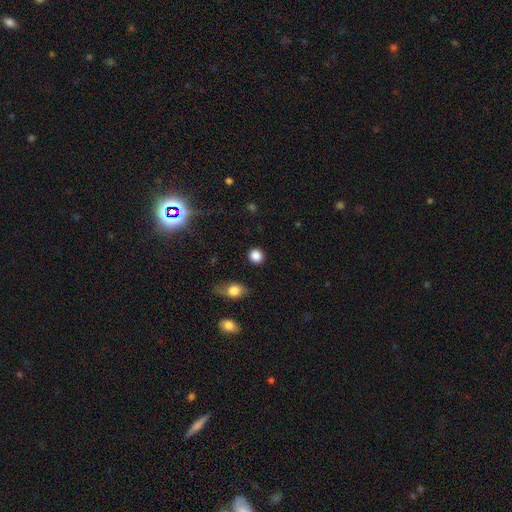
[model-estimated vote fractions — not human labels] smooth-or-featured: smooth: 85% | star or artifact: 11% | featured or disk: 4%
  how-rounded: round: 85% | in between: 14% | cigar-shaped: 1%
  merging: none: 89% | minor disturbance: 7% | major disturbance: 2% | merger: 2%